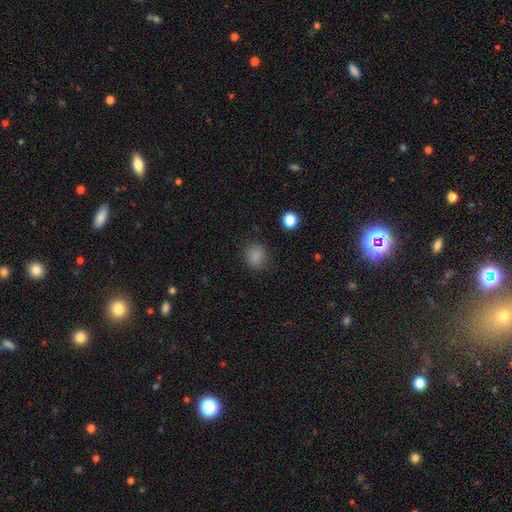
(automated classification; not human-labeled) Smooth or featured? smooth (84%)
How rounded? round (70%)
Merging? none (84%)